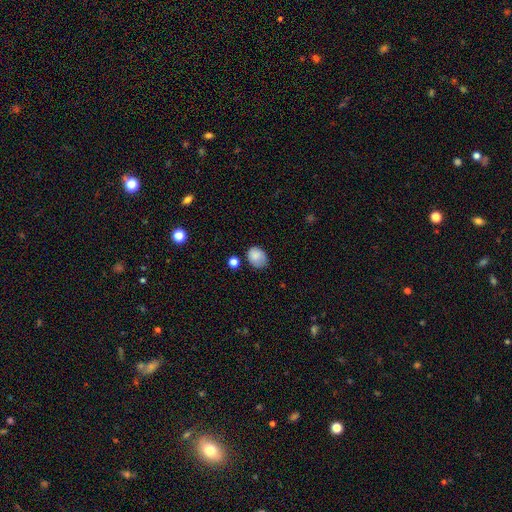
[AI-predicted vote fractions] Morphology: type=smooth (84%); roundness=round (51%); merging=none (67%).